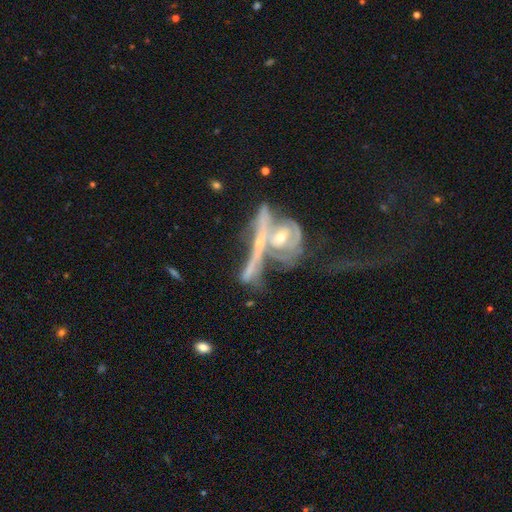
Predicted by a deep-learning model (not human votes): smooth_or_featured: featured or disk (p=0.71) [alt: smooth p=0.17]
disk_edge_on: yes (p=0.55) [alt: no p=0.45]
merging: merger (p=0.59) [alt: none p=0.19]